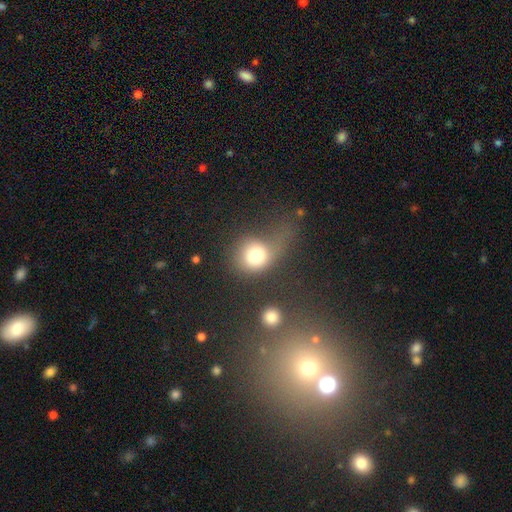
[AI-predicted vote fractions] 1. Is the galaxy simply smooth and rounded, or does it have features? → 75% smooth, 14% featured or disk, 11% star or artifact.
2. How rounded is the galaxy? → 74% round, 25% in between, 1% cigar-shaped.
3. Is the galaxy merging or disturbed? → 35% major disturbance, 33% none, 23% minor disturbance, 9% merger.